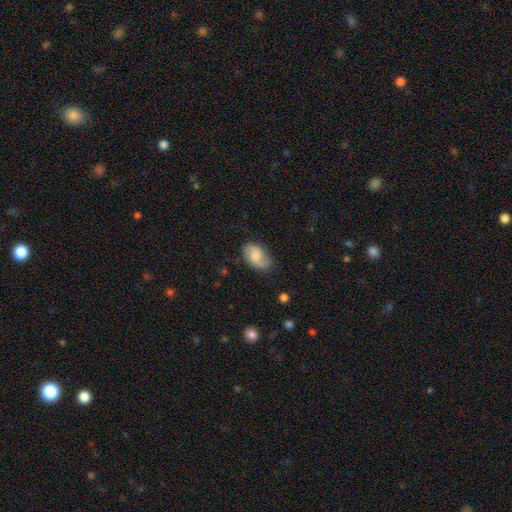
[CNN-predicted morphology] Smooth or featured? Predicted: smooth (p=0.51). How rounded? Predicted: in between (p=0.90). Merging? Predicted: none (p=0.69).